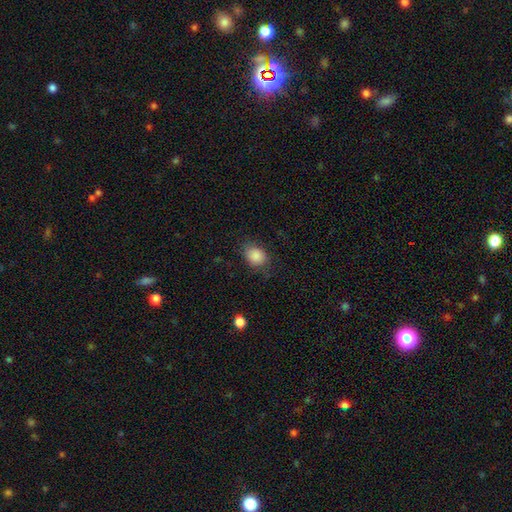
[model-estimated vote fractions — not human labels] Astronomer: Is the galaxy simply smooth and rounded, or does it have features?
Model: smooth — 85%.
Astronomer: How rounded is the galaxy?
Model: in between — 54% (runner-up: round, 45%).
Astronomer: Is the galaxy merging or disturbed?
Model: none — 72%.